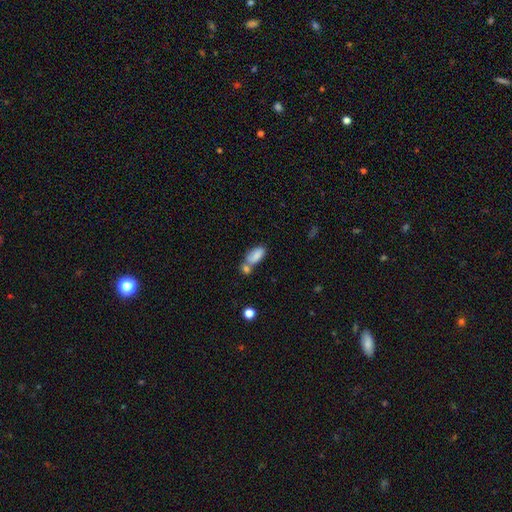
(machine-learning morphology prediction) Smooth or featured?
  - smooth: 80% *
  - featured or disk: 12%
  - star or artifact: 8%
How rounded?
  - in between: 89% *
  - cigar-shaped: 6%
  - round: 4%
Merging?
  - merger: 50% *
  - none: 31%
  - minor disturbance: 13%
  - major disturbance: 6%